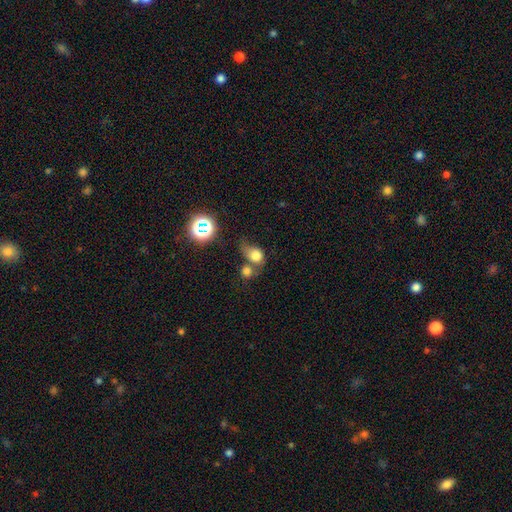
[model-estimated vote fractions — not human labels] Smooth or featured: smooth — 74% (star or artifact — 15%)
How rounded: round — 59% (in between — 39%)
Merging: merger — 37% (none — 30%)